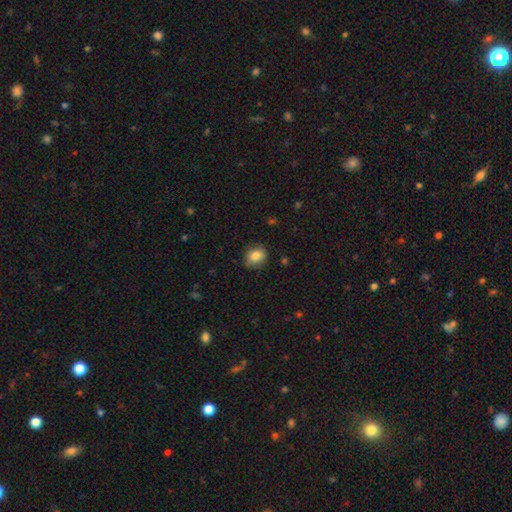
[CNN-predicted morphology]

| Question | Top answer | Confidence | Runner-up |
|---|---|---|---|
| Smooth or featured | smooth | 83% | featured or disk (9%) |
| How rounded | round | 55% | in between (44%) |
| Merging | none | 83% | minor disturbance (13%) |